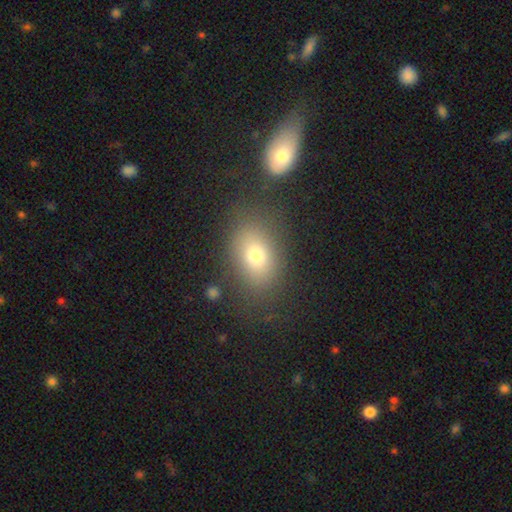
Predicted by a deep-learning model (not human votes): Overall: smooth (74%). How rounded: in between (75%). Merging: none (74%).